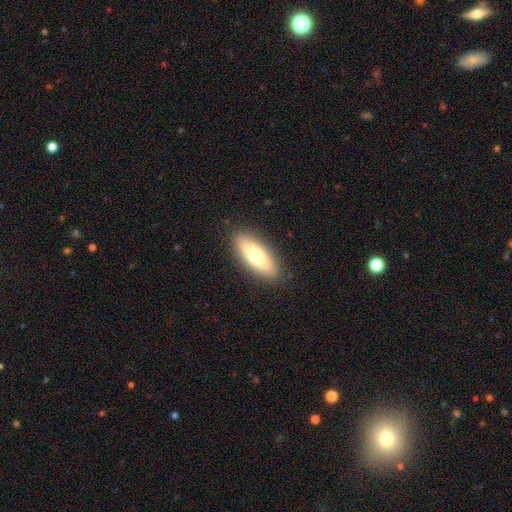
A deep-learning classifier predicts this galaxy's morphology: The model was most divided on "how rounded": in between: 65%, cigar-shaped: 33%, round: 2%. More confident: merging — none (88%); smooth or featured — smooth (75%).